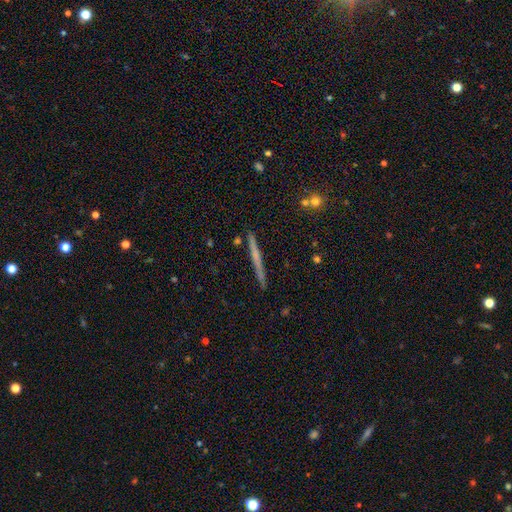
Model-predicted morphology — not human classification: Smooth or featured: featured or disk — 54% (smooth — 39%)
Edge-on disk: yes — 98% (no — 2%)
Edge-on bulge: none — 79% (rounded — 16%)
Merging: none — 91% (minor disturbance — 6%)